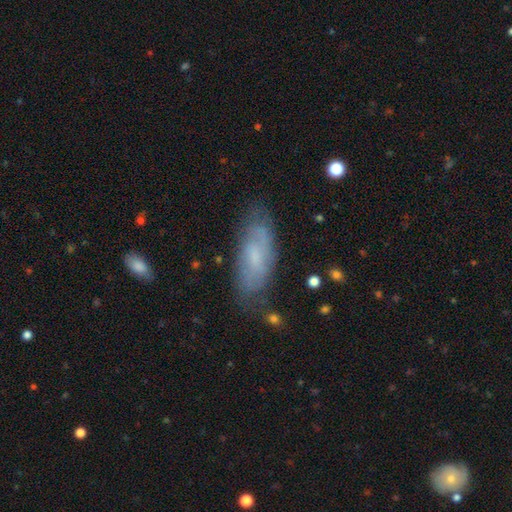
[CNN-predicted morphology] This is possibly a smooth galaxy (48%). Merging: likely none (71%).